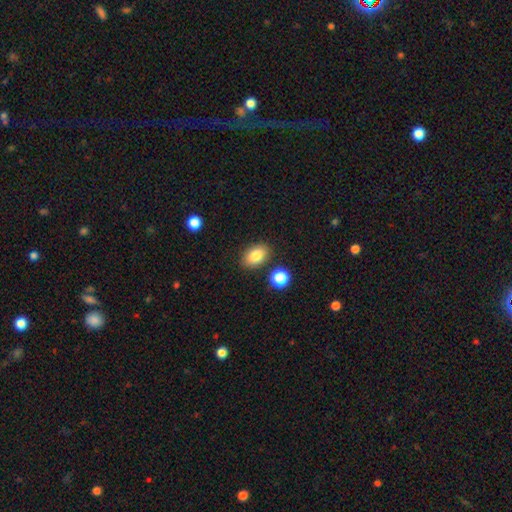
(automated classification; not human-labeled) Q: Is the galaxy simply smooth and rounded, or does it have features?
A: smooth — 85%.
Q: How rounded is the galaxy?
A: in between — 85%.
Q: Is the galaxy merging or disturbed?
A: none — 84%.